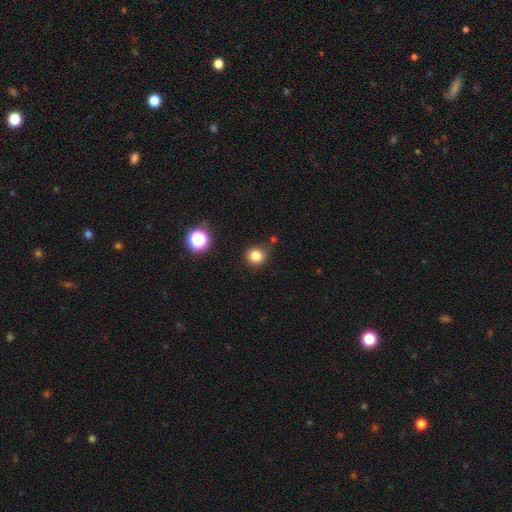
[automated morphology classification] This appears to be a smooth galaxy with no disk features (82%) that is round (91%). Merging: none (85%).